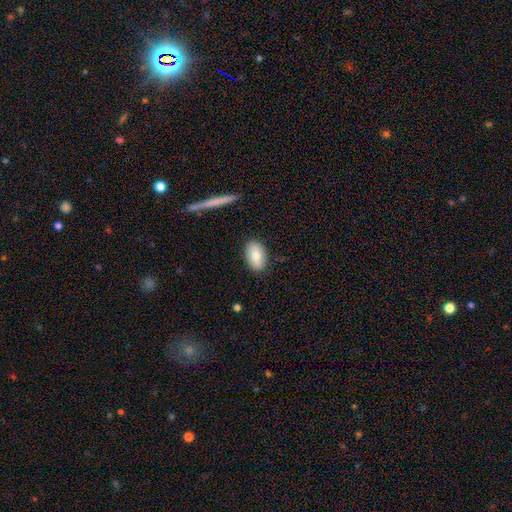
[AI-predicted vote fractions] Morphology: type=smooth (73%); roundness=in between (90%); merging=none (86%).